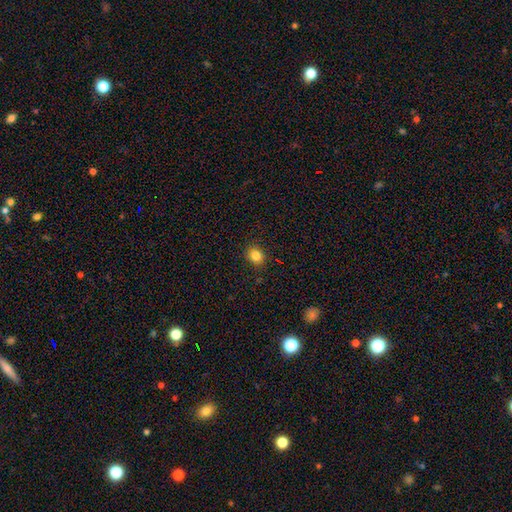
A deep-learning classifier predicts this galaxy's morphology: A smooth galaxy with no disk features (83%) that is round (67%).

Vote fractions:
- Smooth or featured? smooth: 83% / star or artifact: 11% / featured or disk: 5%
- How rounded? round: 67% / in between: 32% / cigar-shaped: 1%
- Merging? none: 89% / minor disturbance: 8% / major disturbance: 2% / merger: 1%